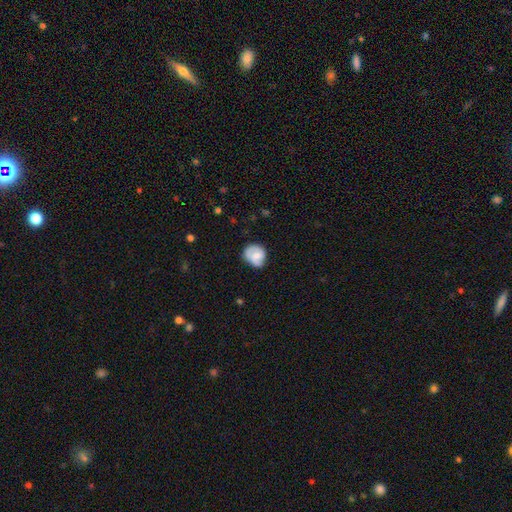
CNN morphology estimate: Overall: smooth (59%; featured or disk 34%). How rounded: round (66%; in between 33%). Merging: none (52%; minor disturbance 35%).